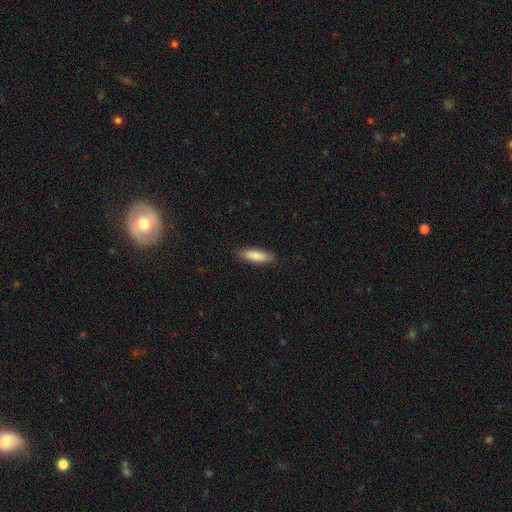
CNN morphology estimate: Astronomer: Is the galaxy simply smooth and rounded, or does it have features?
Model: smooth — 86%.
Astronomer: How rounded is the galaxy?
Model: in between — 51% (runner-up: cigar-shaped, 47%).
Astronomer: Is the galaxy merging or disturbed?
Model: none — 88%.